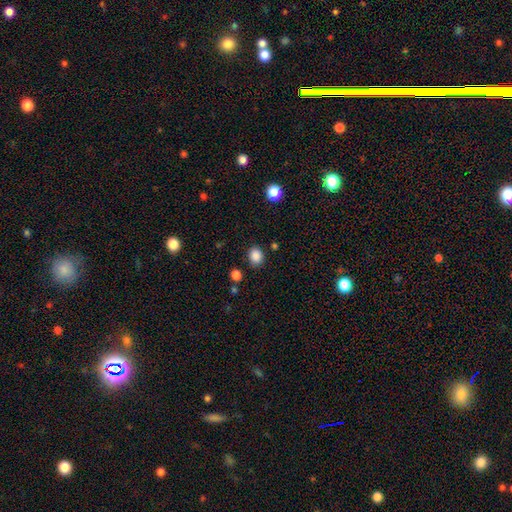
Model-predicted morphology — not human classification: The model was most divided on "how rounded": round: 60%, in between: 39%, cigar-shaped: 1%. More confident: smooth or featured — smooth (87%); merging — none (84%).